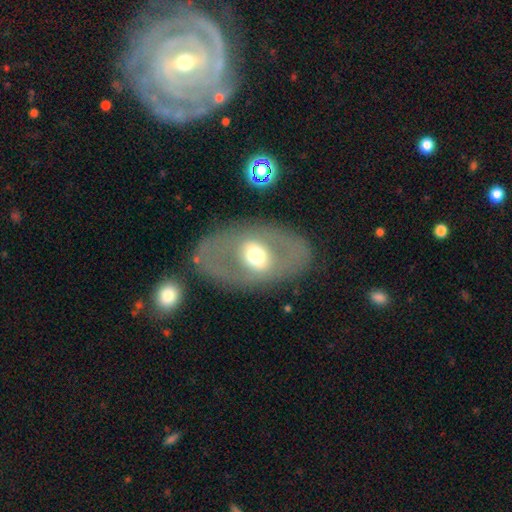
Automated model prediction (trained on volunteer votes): Smooth or featured? Predicted: featured or disk (p=0.57). Edge-on disk? Predicted: no (p=0.87). Merging? Predicted: none (p=0.76).